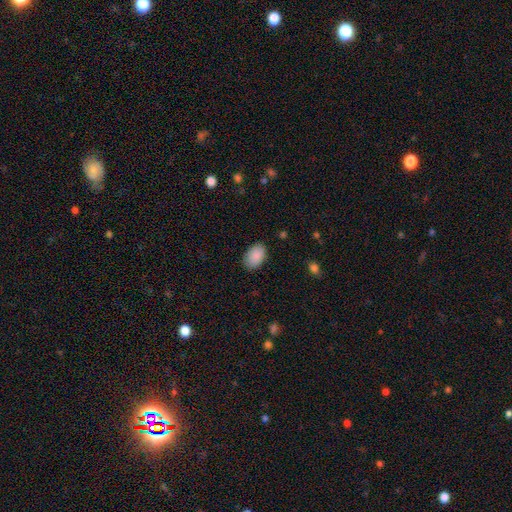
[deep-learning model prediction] This appears to be a smooth galaxy with no disk features (89%) that is in between round and cigar-shaped (91%). Merging: none (85%).